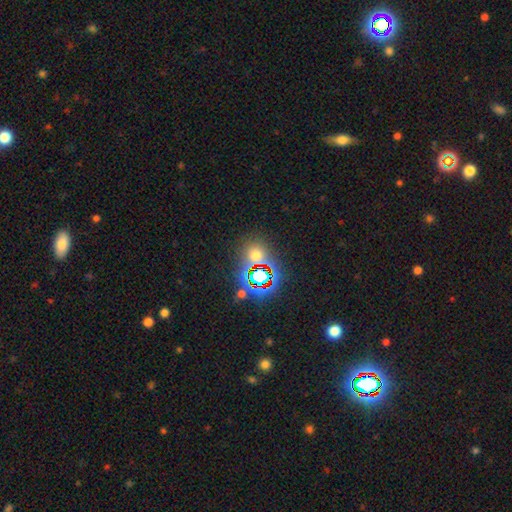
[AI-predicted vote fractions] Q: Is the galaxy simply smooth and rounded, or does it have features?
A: smooth — 47%.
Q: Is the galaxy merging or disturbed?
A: none — 73%.